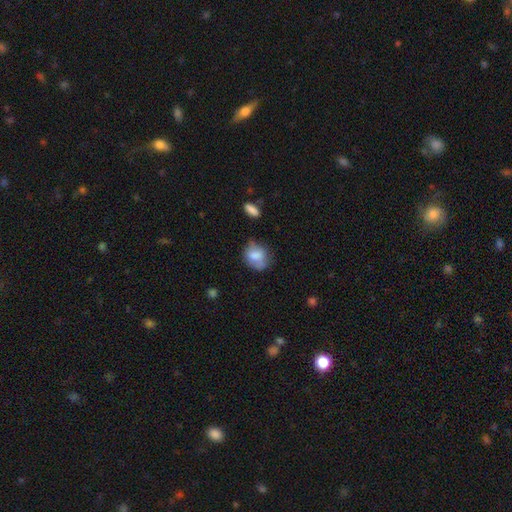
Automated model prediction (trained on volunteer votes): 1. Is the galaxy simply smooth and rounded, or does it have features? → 72% smooth, 19% featured or disk, 9% star or artifact.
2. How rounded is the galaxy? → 50% in between, 49% round, 1% cigar-shaped.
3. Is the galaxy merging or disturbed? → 54% none, 30% minor disturbance, 11% major disturbance, 6% merger.